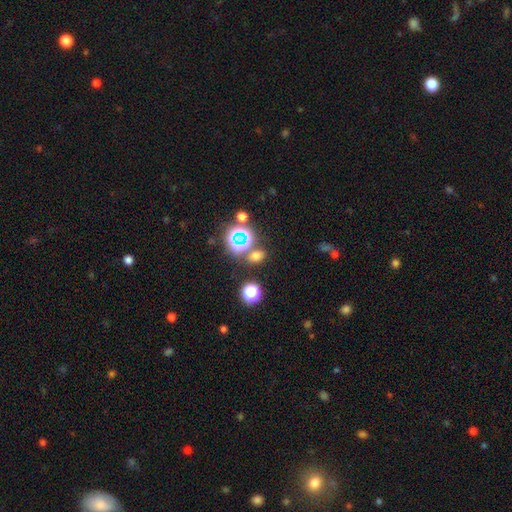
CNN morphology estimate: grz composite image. It shows a smooth galaxy with no disk features (60%) that is in between round and cigar-shaped (53%). Merging: none (75%).